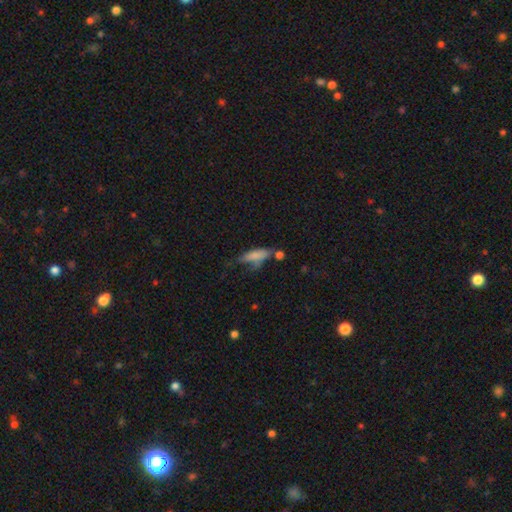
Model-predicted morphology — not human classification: Overall: smooth (74%). How rounded: cigar-shaped (50%; in between 47%). Merging: none (37%; minor disturbance 27%).